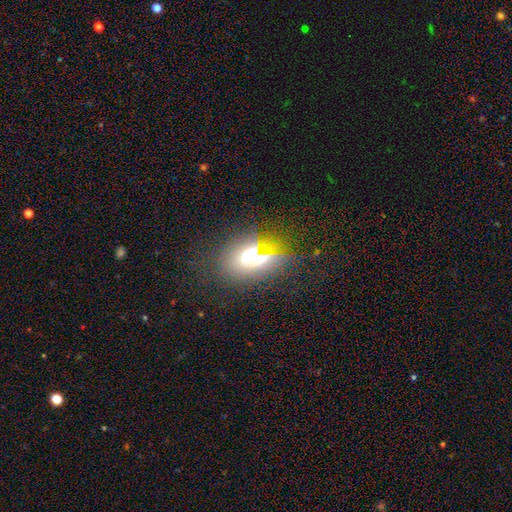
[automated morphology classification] Smooth or featured?
  - smooth: 50% *
  - featured or disk: 28%
  - star or artifact: 22%
Merging?
  - none: 67% *
  - minor disturbance: 16%
  - major disturbance: 10%
  - merger: 7%